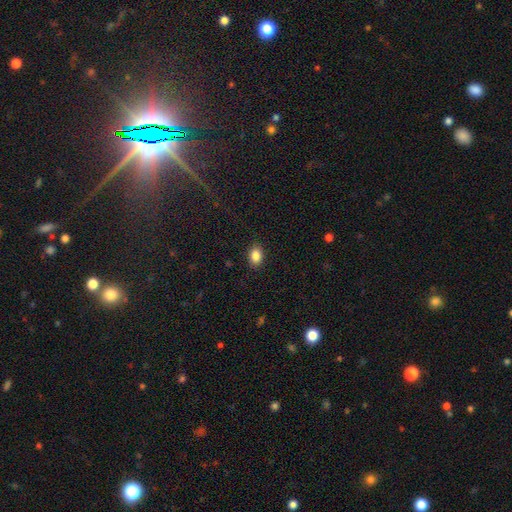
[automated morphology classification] smooth_or_featured: smooth (p=0.86) [alt: star or artifact p=0.09]
how_rounded: in between (p=0.76) [alt: round p=0.23]
merging: none (p=0.88) [alt: minor disturbance p=0.08]